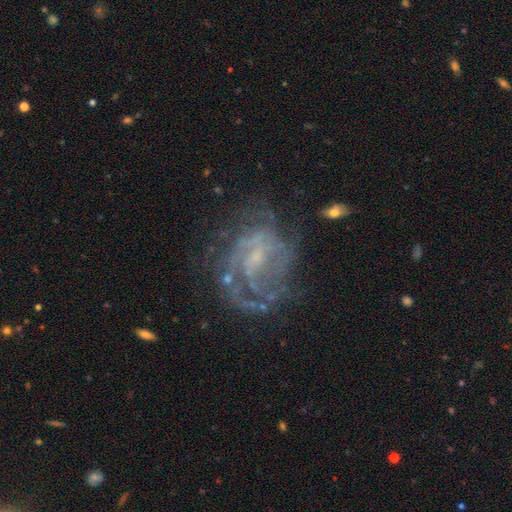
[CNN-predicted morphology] smooth_or_featured: featured or disk (p=0.80) [alt: smooth p=0.10]
disk_edge_on: no (p=0.98) [alt: yes p=0.02]
bar: weak (p=0.48) [alt: no p=0.42]
has_spiral_arms: yes (p=0.82) [alt: no p=0.18]
spiral_winding: tight (p=0.42) [alt: medium p=0.41]
spiral_arm_count: can't tell (p=0.41) [alt: 2 p=0.24]
bulge_size: small (p=0.57) [alt: none p=0.23]
merging: none (p=0.55) [alt: major disturbance p=0.23]